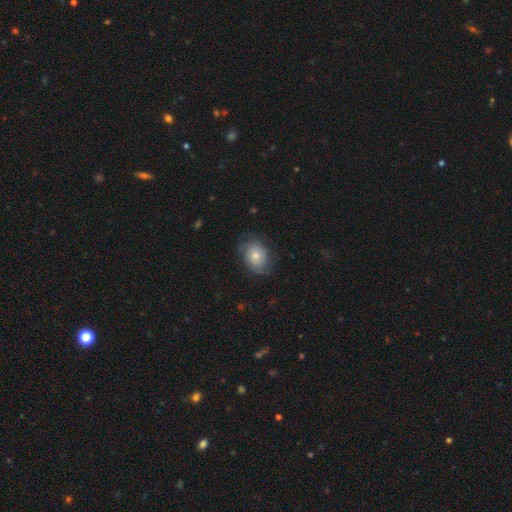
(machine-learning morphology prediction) A smooth galaxy with no disk features (60%) that is in between round and cigar-shaped (59%).

Vote fractions:
- Smooth or featured? smooth: 60% / featured or disk: 32% / star or artifact: 8%
- How rounded? in between: 59% / round: 40% / cigar-shaped: 1%
- Merging? none: 68% / minor disturbance: 22% / major disturbance: 9% / merger: 1%